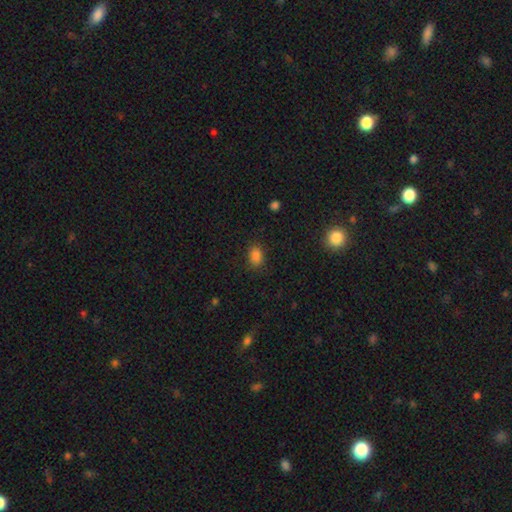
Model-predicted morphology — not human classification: Overall: smooth (84%). How rounded: in between (76%). Merging: none (84%).